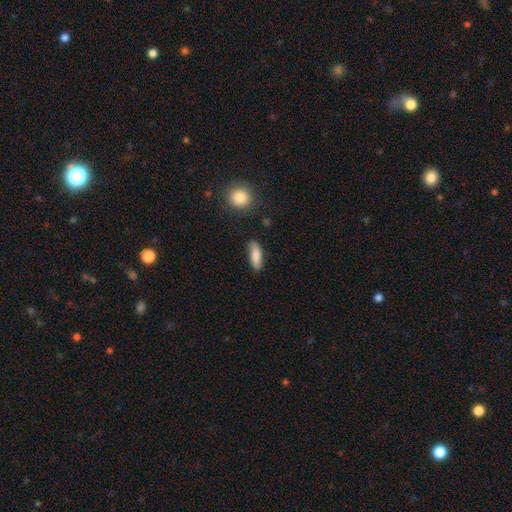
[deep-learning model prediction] smooth-or-featured: smooth: 82% | featured or disk: 11% | star or artifact: 7%
  how-rounded: in between: 61% | cigar-shaped: 37% | round: 3%
  merging: none: 80% | minor disturbance: 15% | major disturbance: 3% | merger: 3%